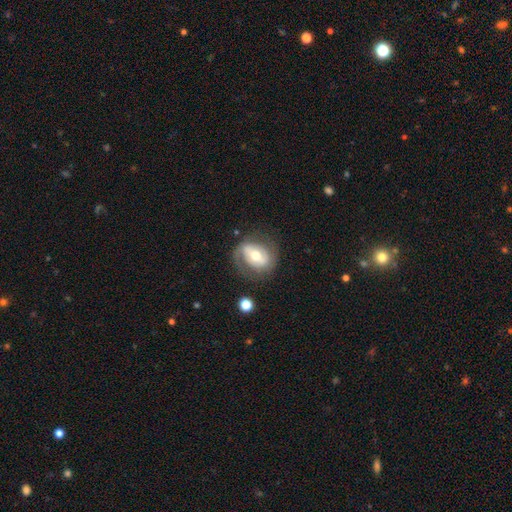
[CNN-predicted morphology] A featured or disk galaxy (60%) with no bar (35%), spiral arms (60%) and a moderate central bulge (69%). Merging: none (64%).